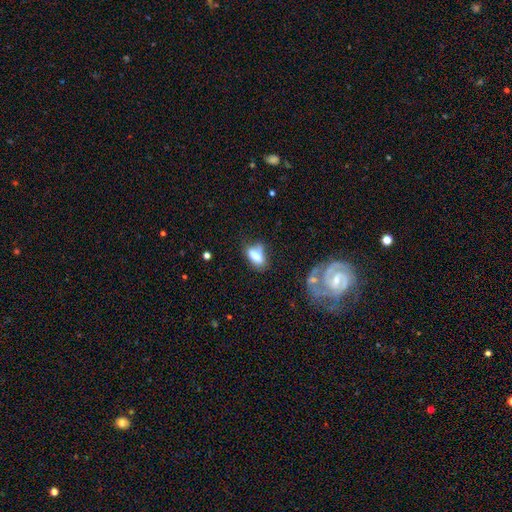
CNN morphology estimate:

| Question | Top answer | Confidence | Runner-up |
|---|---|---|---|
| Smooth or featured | smooth | 73% | featured or disk (17%) |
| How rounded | in between | 85% | cigar-shaped (9%) |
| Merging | none | 45% | minor disturbance (28%) |